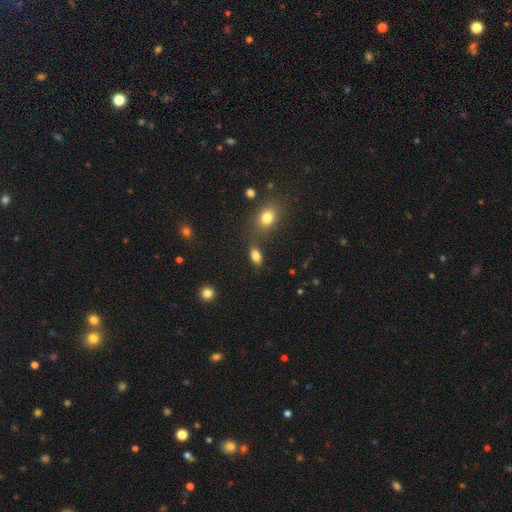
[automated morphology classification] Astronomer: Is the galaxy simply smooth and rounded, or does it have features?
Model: smooth — 83%.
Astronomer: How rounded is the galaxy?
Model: in between — 87%.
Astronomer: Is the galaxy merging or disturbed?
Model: none — 66%.